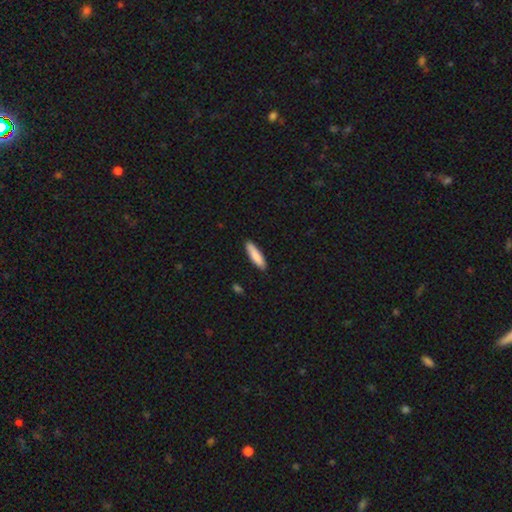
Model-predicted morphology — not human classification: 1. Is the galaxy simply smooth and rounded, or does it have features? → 87% smooth, 8% featured or disk, 5% star or artifact.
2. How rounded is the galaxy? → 72% cigar-shaped, 27% in between, 1% round.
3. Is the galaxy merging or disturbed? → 87% none, 10% minor disturbance, 2% major disturbance, 1% merger.